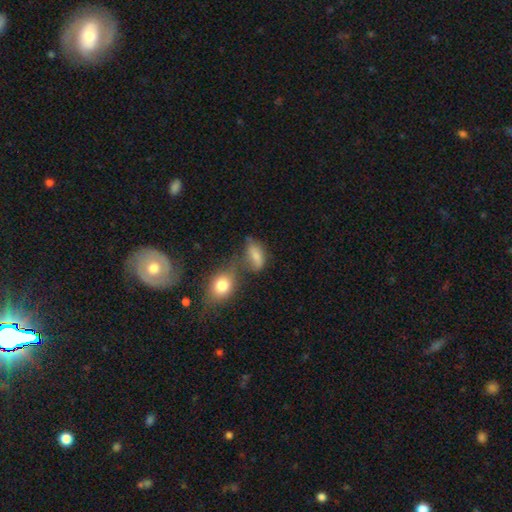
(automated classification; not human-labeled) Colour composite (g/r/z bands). It shows a smooth galaxy with no disk features (71%) that is in between round and cigar-shaped (84%). Merging: none (36%).